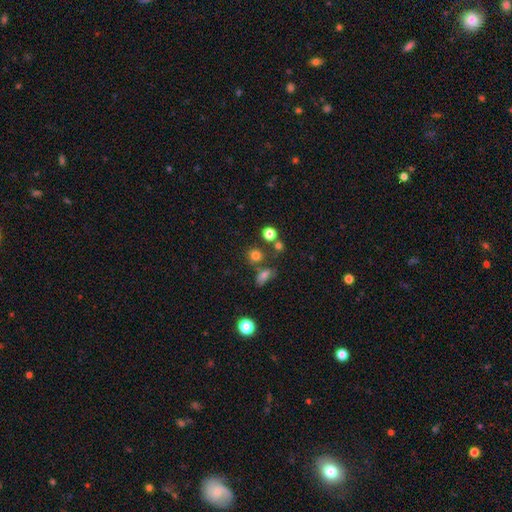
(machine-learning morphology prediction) type=smooth (75%); roundness=round (84%); merging=none (69%).